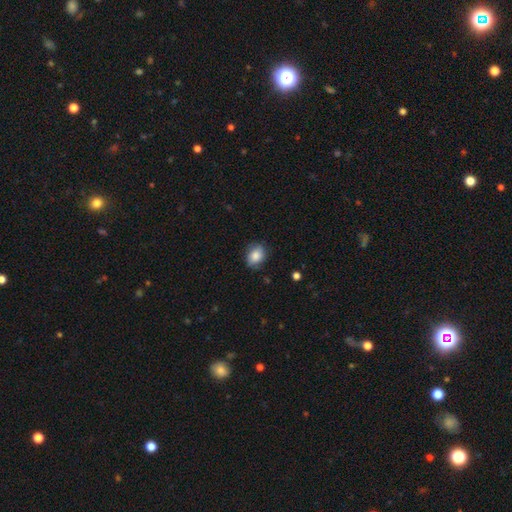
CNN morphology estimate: Smooth or featured? Predicted: smooth (p=0.83). How rounded? Predicted: in between (p=0.58). Merging? Predicted: none (p=0.75).